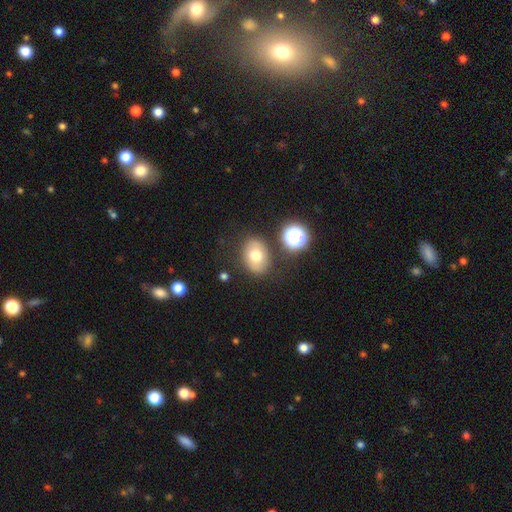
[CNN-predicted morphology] Q: Smooth or featured?
A: smooth (69%); runner-up: featured or disk (19%)
Q: How rounded?
A: in between (62%); runner-up: round (37%)
Q: Merging?
A: none (80%); runner-up: minor disturbance (12%)